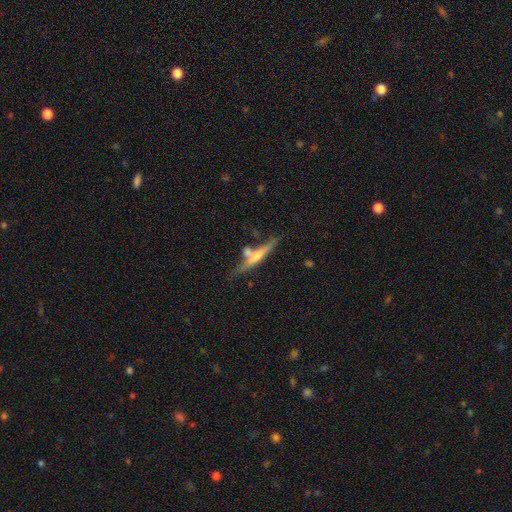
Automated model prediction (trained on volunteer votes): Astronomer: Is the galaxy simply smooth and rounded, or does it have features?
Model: featured or disk — 56% (runner-up: smooth, 37%).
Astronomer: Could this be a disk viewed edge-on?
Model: yes — 93%.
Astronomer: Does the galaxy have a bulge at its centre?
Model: rounded — 73%.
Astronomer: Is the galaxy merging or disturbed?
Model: none — 56%.